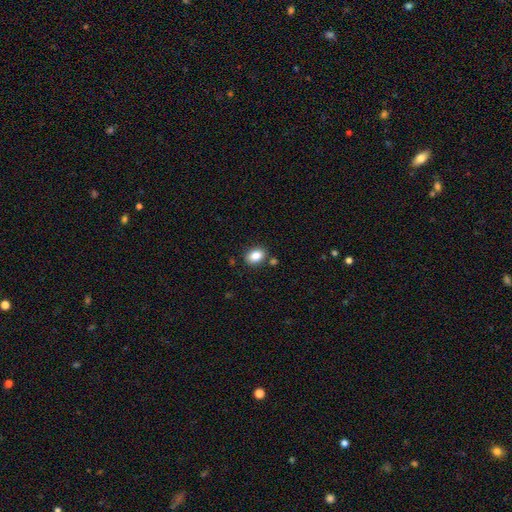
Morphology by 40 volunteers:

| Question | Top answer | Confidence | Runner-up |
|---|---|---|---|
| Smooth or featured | smooth | 88% | star or artifact (8%) |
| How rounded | in between | 86% | round (11%) |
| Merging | none | 89% | minor disturbance (8%) |